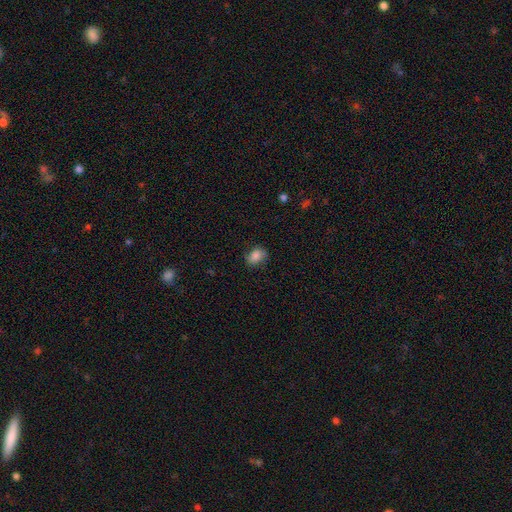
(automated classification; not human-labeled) The model was most divided on "how rounded": in between: 70%, round: 29%, cigar-shaped: 2%. More confident: merging — none (75%); smooth or featured — smooth (74%).